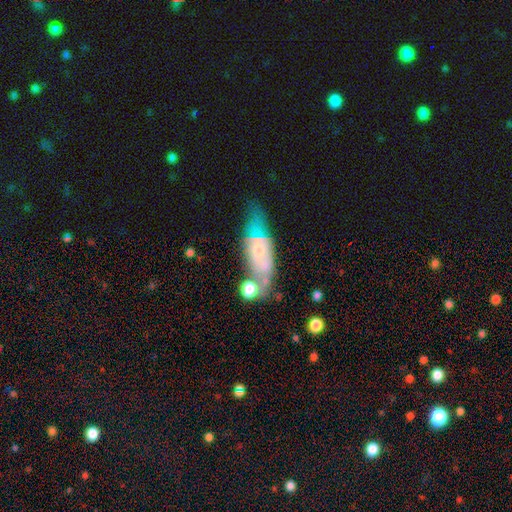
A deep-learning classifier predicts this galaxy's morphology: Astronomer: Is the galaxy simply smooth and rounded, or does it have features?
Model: featured or disk — 59%.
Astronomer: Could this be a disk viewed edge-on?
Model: no — 80%.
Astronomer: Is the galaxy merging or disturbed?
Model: none — 41% (runner-up: minor disturbance, 24%).